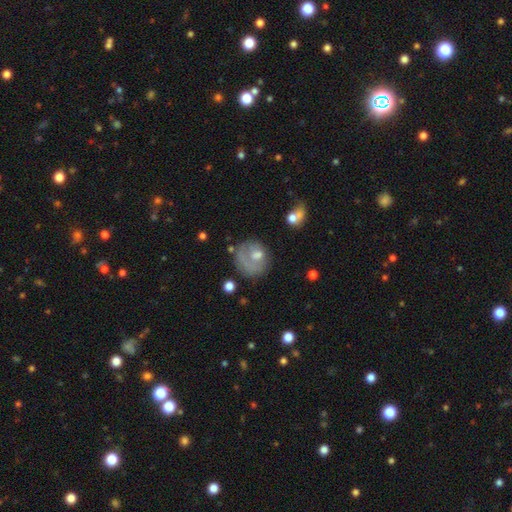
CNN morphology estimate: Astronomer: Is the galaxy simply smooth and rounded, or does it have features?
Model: smooth — 47% (runner-up: featured or disk, 41%).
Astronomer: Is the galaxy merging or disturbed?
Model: none — 52%.